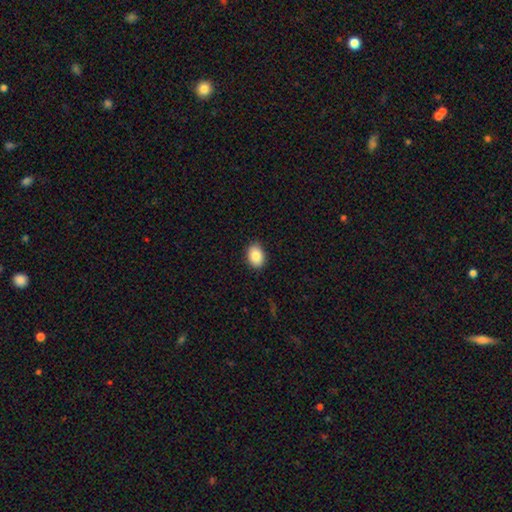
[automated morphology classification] This appears to be a smooth galaxy with no disk features (86%) that is in between round and cigar-shaped (76%). Merging: none (88%).